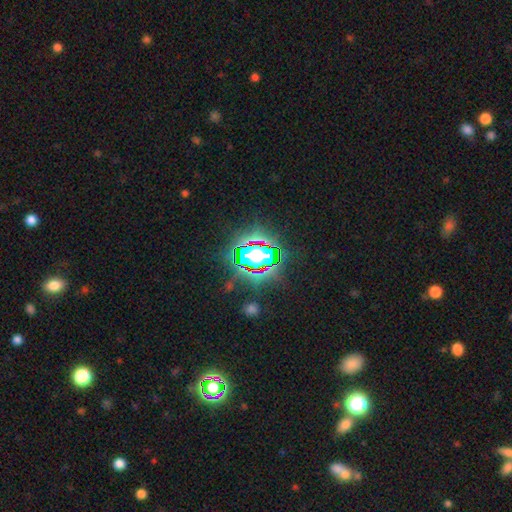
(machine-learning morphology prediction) The model was most divided on "smooth or featured": star or artifact: 80%, smooth: 12%, featured or disk: 9%.